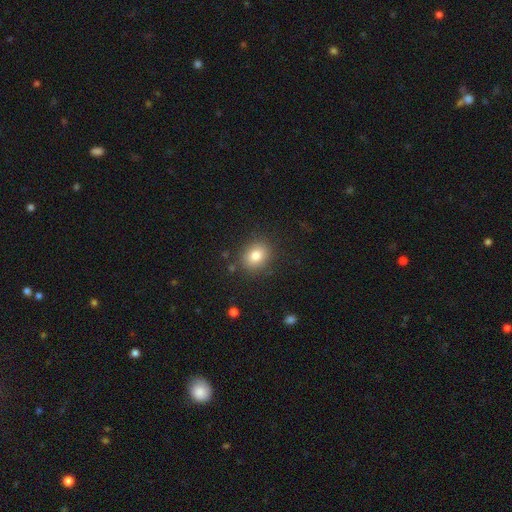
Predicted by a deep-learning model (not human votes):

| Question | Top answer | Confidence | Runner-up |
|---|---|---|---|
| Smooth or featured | smooth | 82% | star or artifact (11%) |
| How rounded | round | 60% | in between (39%) |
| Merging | none | 86% | minor disturbance (9%) |